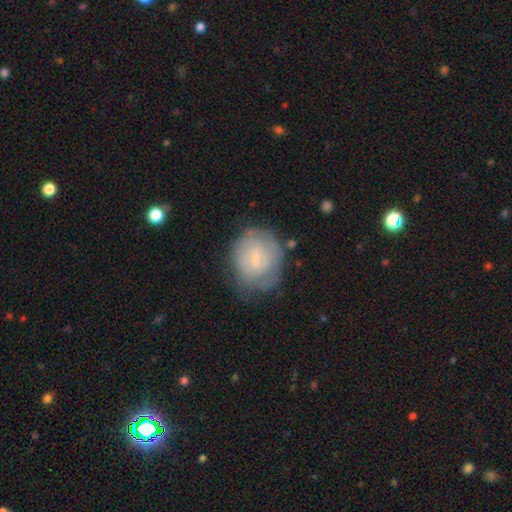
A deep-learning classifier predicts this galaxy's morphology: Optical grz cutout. It shows a featured or disk galaxy (56%) with a weak bar (48%), spiral arms (75%) and a small central bulge (77%). Merging: none (64%).